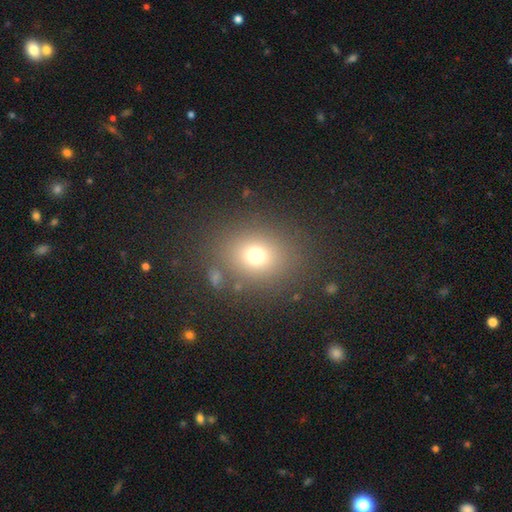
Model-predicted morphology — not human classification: A smooth galaxy with no disk features (71%) that is round (64%). Merging: none (81%).